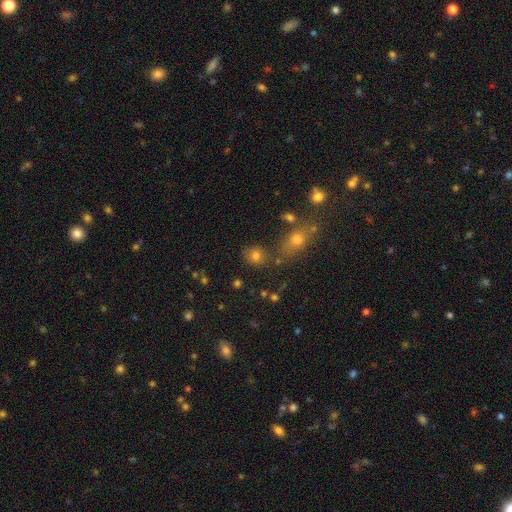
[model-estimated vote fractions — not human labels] smooth 76%, star or artifact 16%, featured or disk 8%. Down the decision tree: how rounded — round (67%); merging — none (70%).